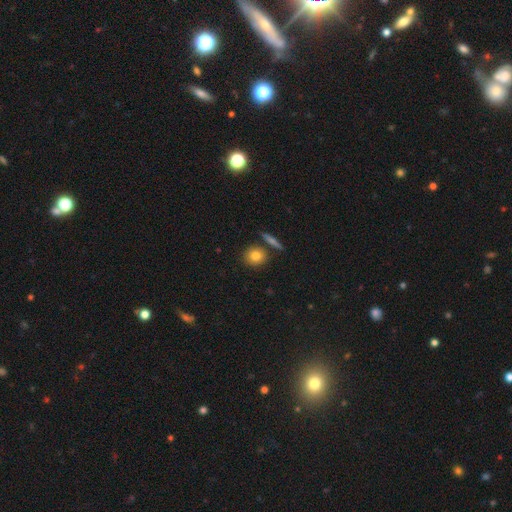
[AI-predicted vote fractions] Smooth or featured?
  - smooth: 81% *
  - featured or disk: 11%
  - star or artifact: 8%
How rounded?
  - round: 79% *
  - in between: 18%
  - cigar-shaped: 3%
Merging?
  - none: 77% *
  - merger: 11%
  - minor disturbance: 9%
  - major disturbance: 3%